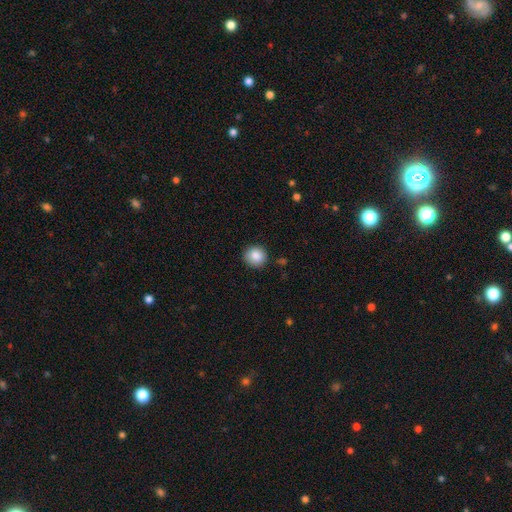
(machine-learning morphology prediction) Smooth or featured? smooth (87%)
How rounded? round (91%)
Merging? none (89%)